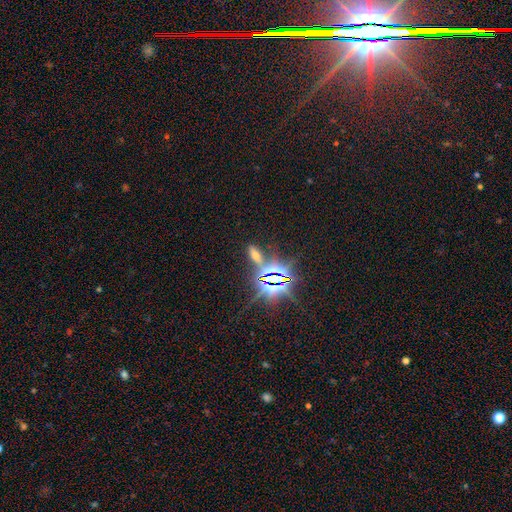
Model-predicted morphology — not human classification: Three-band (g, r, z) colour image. It shows a star or artifact, not a galaxy (51%).